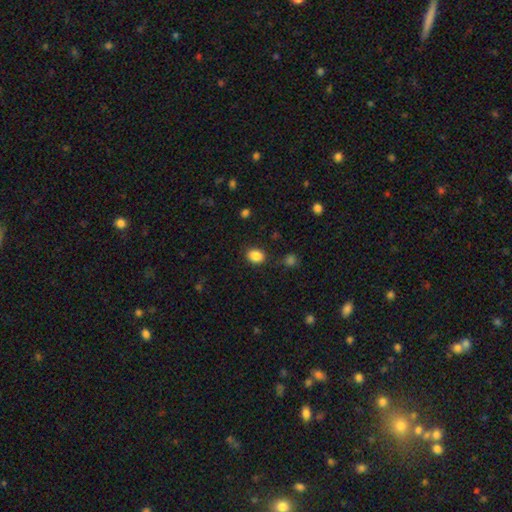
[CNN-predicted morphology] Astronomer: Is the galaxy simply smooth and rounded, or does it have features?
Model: smooth — 87%.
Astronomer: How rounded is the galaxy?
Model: in between — 62%.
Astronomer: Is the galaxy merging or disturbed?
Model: none — 83%.